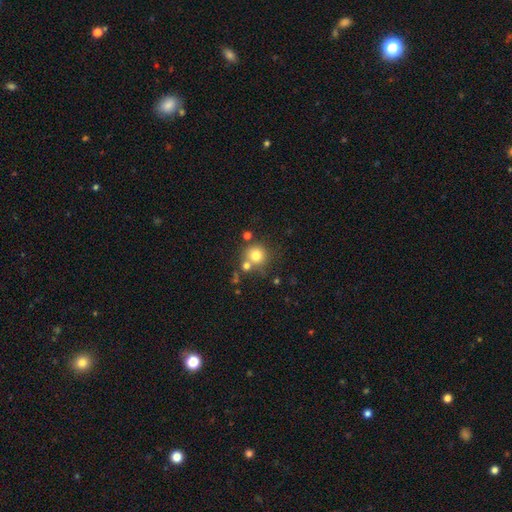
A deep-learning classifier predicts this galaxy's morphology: smooth 76%, star or artifact 13%, featured or disk 11%. Down the decision tree: how rounded — round (91%); merging — none (63%).